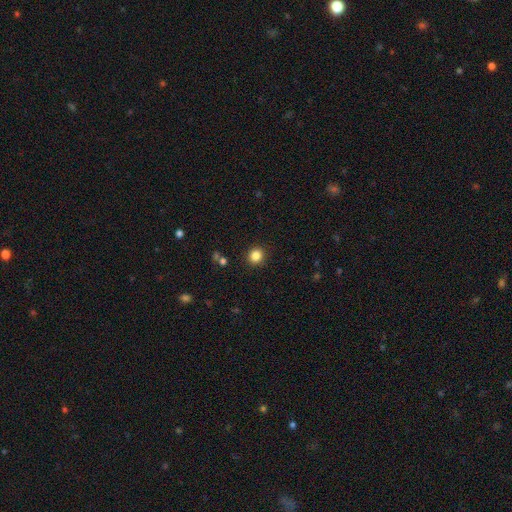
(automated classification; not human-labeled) This is clearly a smooth galaxy (84%). How rounded: clearly round (89%). Merging: clearly none (91%).